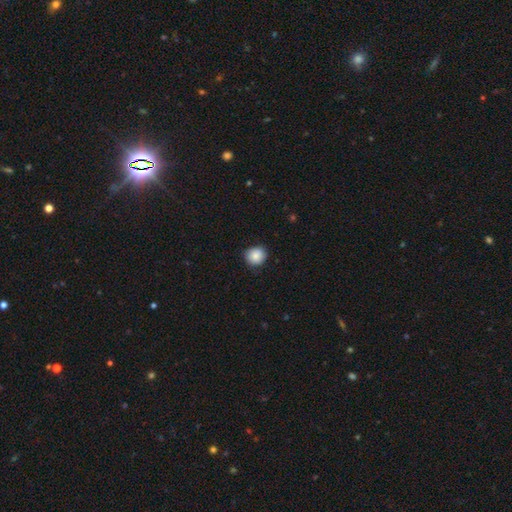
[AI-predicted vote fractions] This appears to be a smooth galaxy with no disk features (86%) that is round (85%). Merging: none (84%).